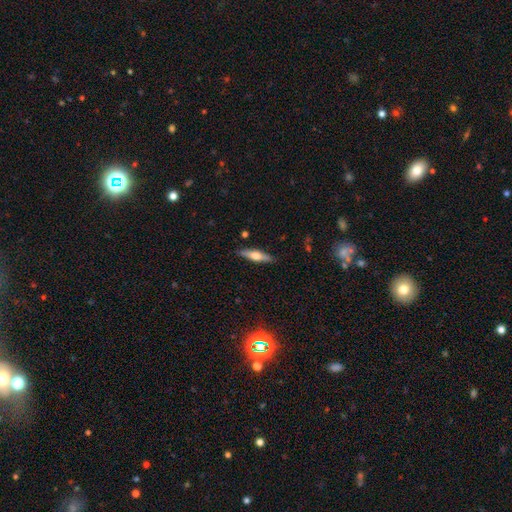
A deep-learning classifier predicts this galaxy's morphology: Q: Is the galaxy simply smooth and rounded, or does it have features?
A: featured or disk — 48%.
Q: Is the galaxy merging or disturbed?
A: none — 89%.